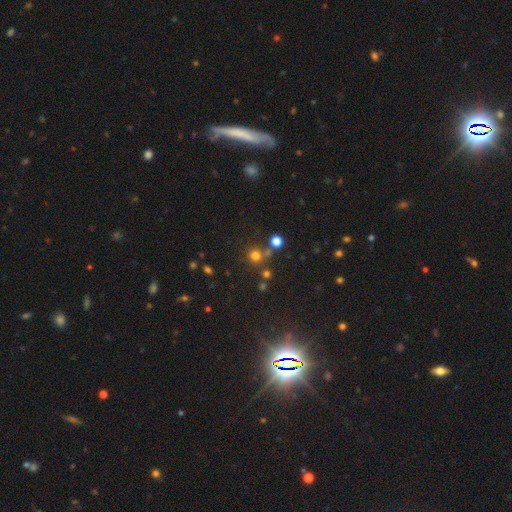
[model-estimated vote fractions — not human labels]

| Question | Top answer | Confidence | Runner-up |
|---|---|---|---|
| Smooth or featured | smooth | 69% | star or artifact (24%) |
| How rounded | round | 91% | in between (8%) |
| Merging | none | 70% | merger (18%) |